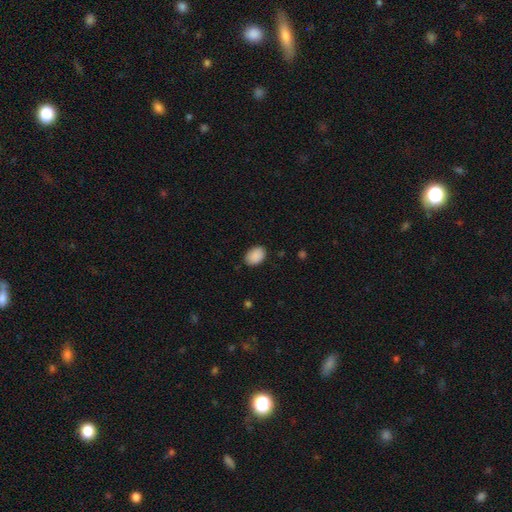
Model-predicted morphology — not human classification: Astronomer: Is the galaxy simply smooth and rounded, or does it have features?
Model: smooth — 90%.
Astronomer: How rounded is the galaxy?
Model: in between — 83%.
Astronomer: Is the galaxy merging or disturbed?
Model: none — 82%.